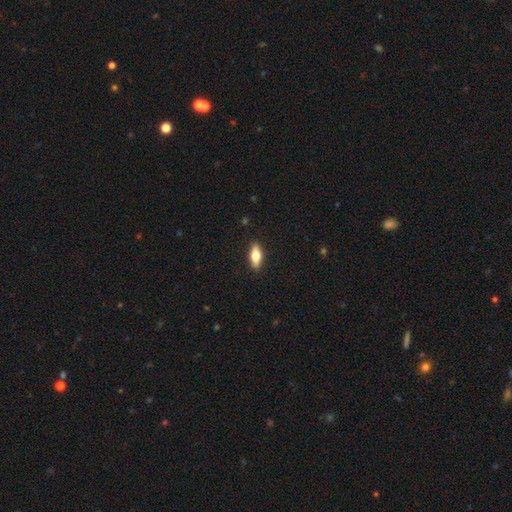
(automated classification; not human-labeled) This is likely a smooth galaxy (64%). How rounded: likely in between (69%). Merging: clearly none (90%).